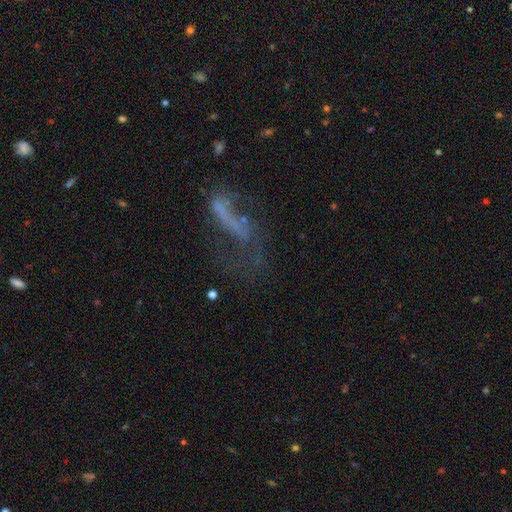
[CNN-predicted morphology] Smooth or featured: featured or disk — 49% (star or artifact — 26%)
Merging: major disturbance — 40% (none — 36%)